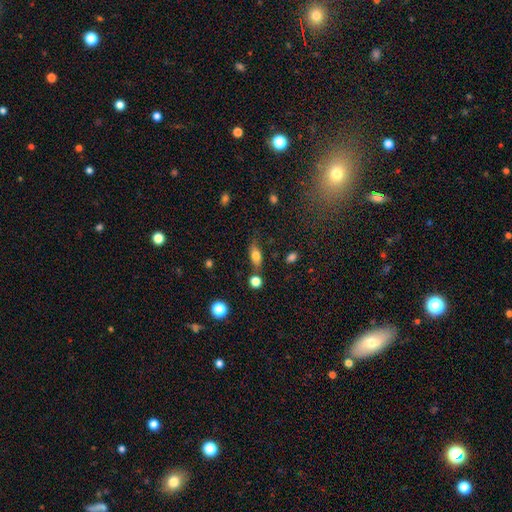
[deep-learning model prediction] Smooth or featured? smooth (71%)
How rounded? in between (77%)
Merging? none (63%)